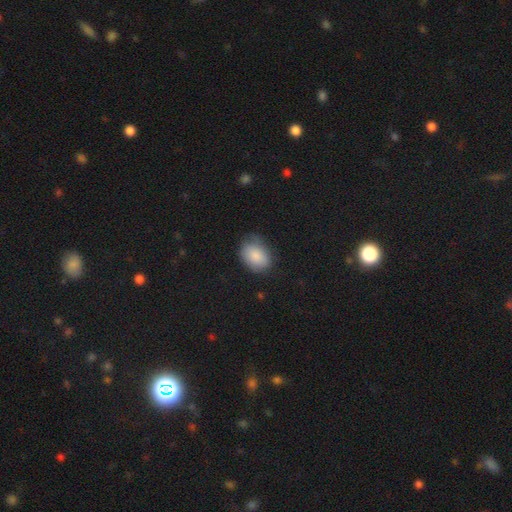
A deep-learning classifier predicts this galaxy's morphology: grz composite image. It shows a smooth galaxy with no disk features (85%) that is in between round and cigar-shaped (74%). Merging: none (67%).